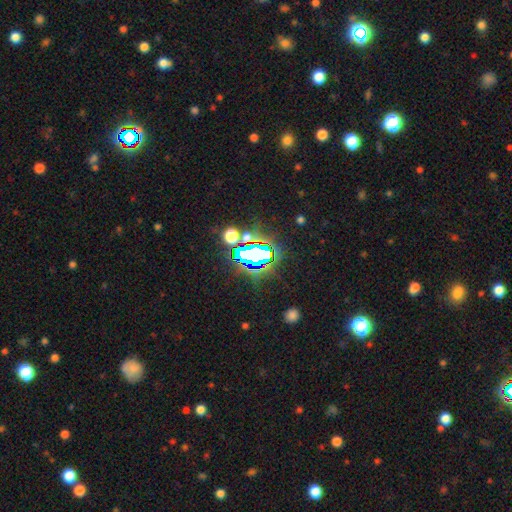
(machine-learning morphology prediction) Smooth or featured?
  - star or artifact: 69% *
  - smooth: 19%
  - featured or disk: 11%